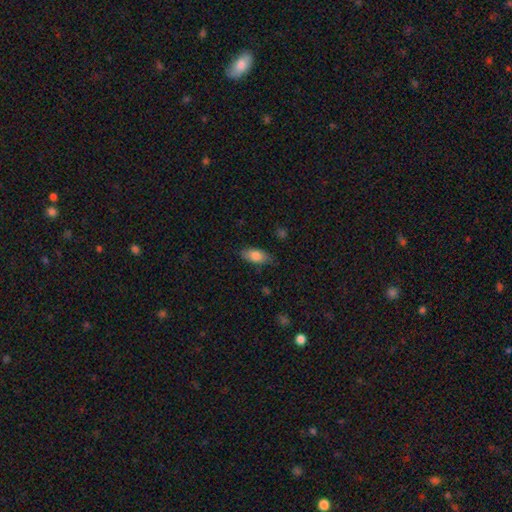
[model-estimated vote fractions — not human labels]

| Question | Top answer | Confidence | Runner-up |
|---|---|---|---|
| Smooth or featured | smooth | 81% | featured or disk (12%) |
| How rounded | in between | 89% | cigar-shaped (8%) |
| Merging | none | 80% | minor disturbance (16%) |